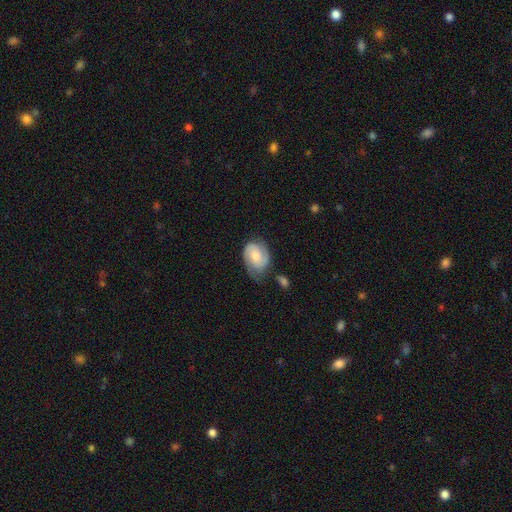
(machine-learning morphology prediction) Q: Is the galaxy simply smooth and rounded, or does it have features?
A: featured or disk — 60%.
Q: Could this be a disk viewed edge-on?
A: no — 97%.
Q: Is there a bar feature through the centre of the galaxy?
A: no — 59%.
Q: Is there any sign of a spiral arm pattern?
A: yes — 92%.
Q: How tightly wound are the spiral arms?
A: tight — 43%.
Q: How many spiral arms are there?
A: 2 — 80%.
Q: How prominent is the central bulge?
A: moderate — 40%.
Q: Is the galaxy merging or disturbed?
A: none — 57%.